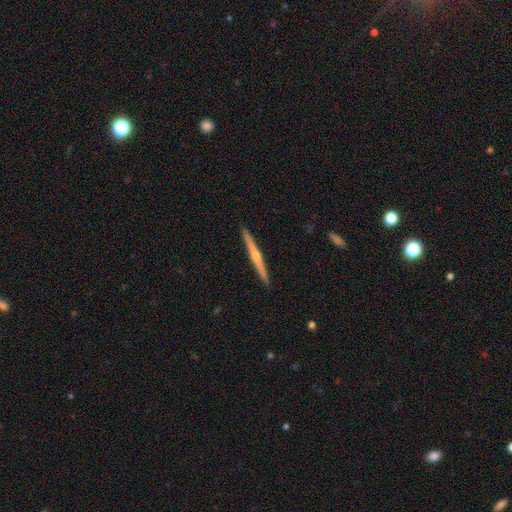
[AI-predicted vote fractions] A featured or disk galaxy (74%) viewed edge-on (98%) with a rounded central bulge (84%). Merging: none (93%).